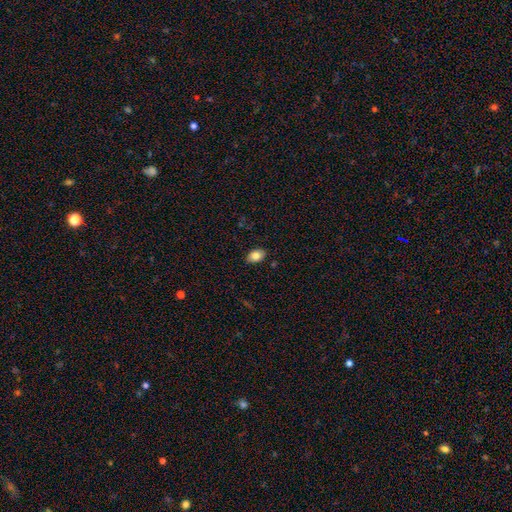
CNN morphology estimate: Smooth or featured? Predicted: smooth (p=0.83). How rounded? Predicted: in between (p=0.88). Merging? Predicted: none (p=0.88).